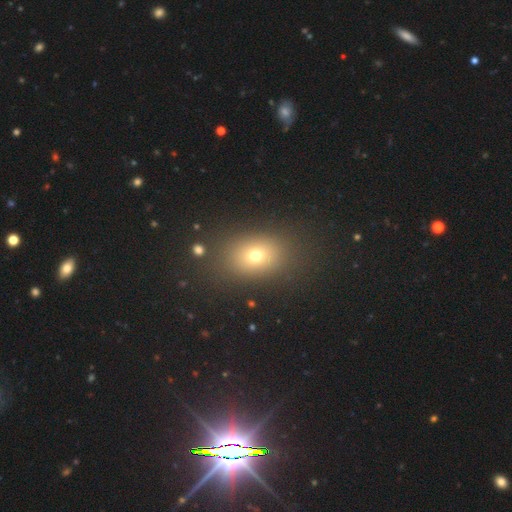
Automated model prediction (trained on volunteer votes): smooth-or-featured: smooth: 70% | star or artifact: 18% | featured or disk: 12%
  how-rounded: in between: 64% | round: 34% | cigar-shaped: 2%
  merging: none: 84% | minor disturbance: 9% | major disturbance: 5% | merger: 2%